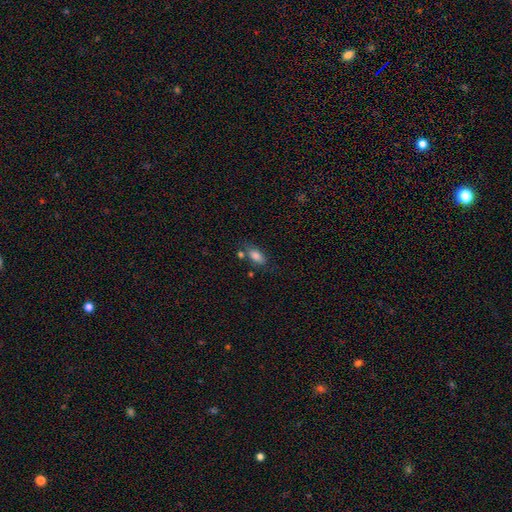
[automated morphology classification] The model was most divided on "merging": none: 65%, minor disturbance: 18%, merger: 12%, major disturbance: 5%. More confident: how rounded — in between (87%); smooth or featured — smooth (82%).